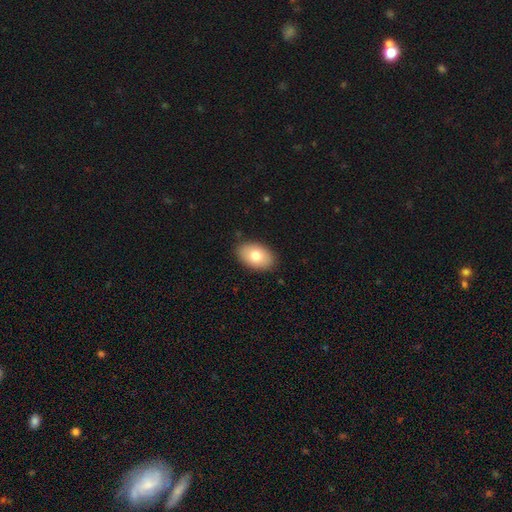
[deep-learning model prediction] smooth 78%, featured or disk 15%, star or artifact 7%. Down the decision tree: how rounded — in between (92%); merging — none (87%).